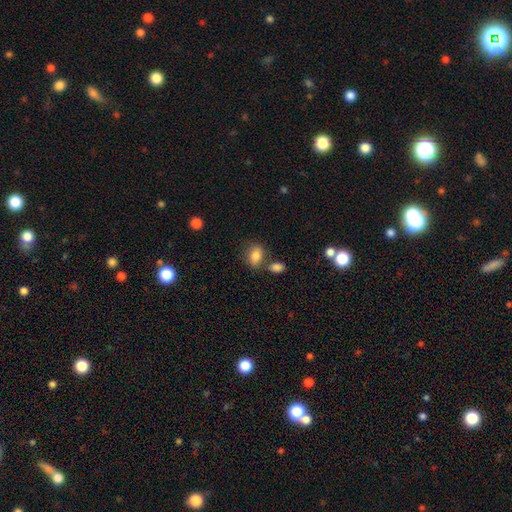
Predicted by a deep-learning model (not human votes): Smooth or featured: smooth — 82% (star or artifact — 9%)
How rounded: in between — 76% (round — 23%)
Merging: none — 62% (merger — 20%)